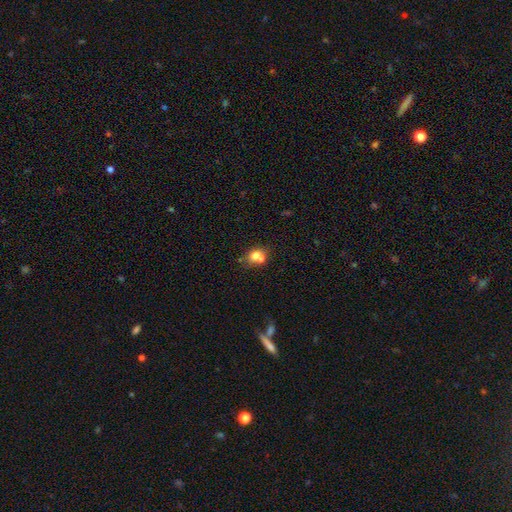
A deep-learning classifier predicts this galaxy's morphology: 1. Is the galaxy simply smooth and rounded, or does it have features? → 67% smooth, 20% featured or disk, 13% star or artifact.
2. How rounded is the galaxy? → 61% round, 38% in between, 1% cigar-shaped.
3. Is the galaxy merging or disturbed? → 51% merger, 35% none, 9% minor disturbance, 4% major disturbance.